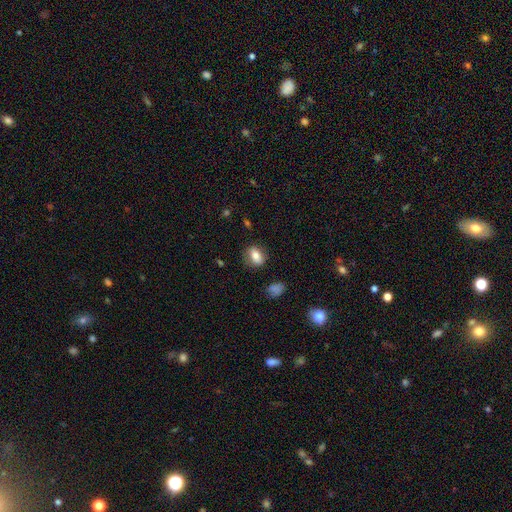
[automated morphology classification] A smooth galaxy with no disk features (75%) that is in between round and cigar-shaped (68%).

Vote fractions:
- Smooth or featured? smooth: 75% / featured or disk: 17% / star or artifact: 8%
- How rounded? in between: 68% / round: 29% / cigar-shaped: 3%
- Merging? none: 80% / minor disturbance: 14% / major disturbance: 4% / merger: 2%